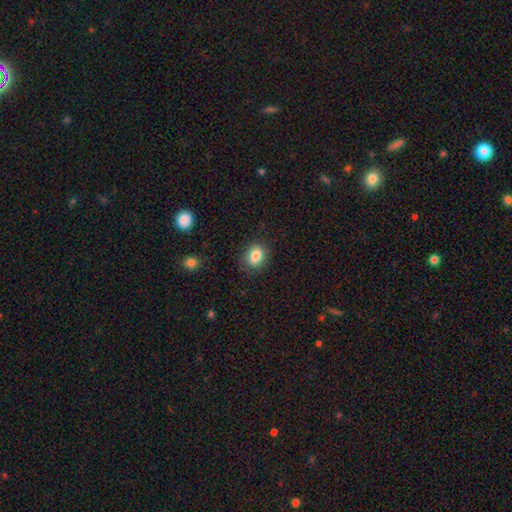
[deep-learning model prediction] The model was most divided on "how rounded": in between: 60%, round: 39%, cigar-shaped: 1%. More confident: smooth or featured — smooth (84%); merging — none (82%).